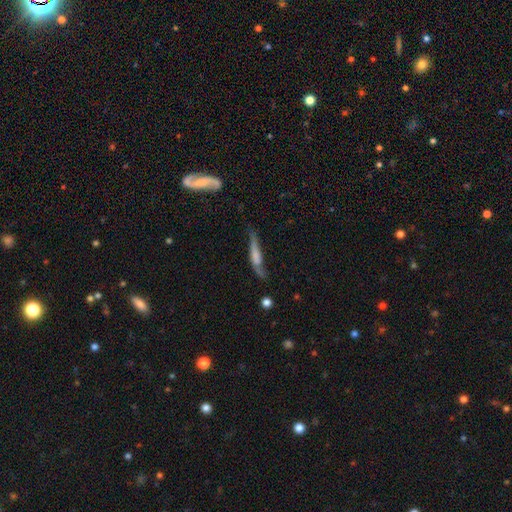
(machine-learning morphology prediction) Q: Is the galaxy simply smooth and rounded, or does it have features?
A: smooth — 50%.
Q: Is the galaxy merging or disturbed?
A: none — 45%.